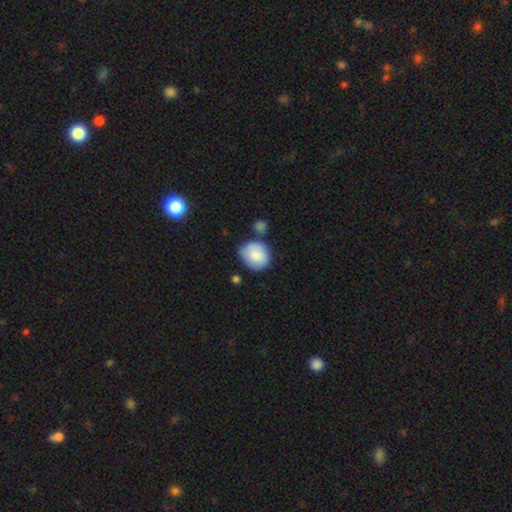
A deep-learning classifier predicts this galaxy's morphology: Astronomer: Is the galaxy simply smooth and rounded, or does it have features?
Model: smooth — 82%.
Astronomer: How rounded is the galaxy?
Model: round — 68%.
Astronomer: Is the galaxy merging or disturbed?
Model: none — 58%.